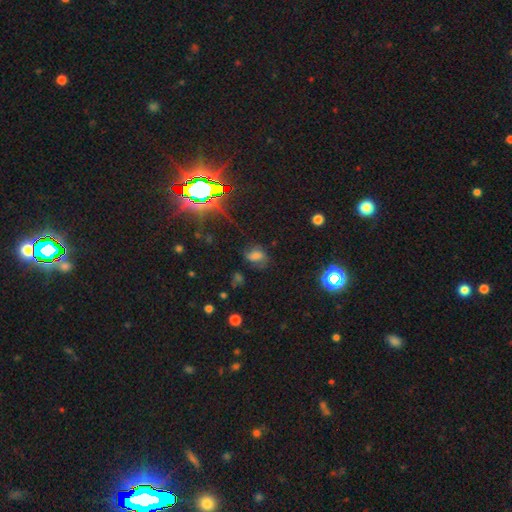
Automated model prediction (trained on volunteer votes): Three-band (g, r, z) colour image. It shows a smooth galaxy with no disk features (51%) that is in between round and cigar-shaped (70%). Merging: none (53%).